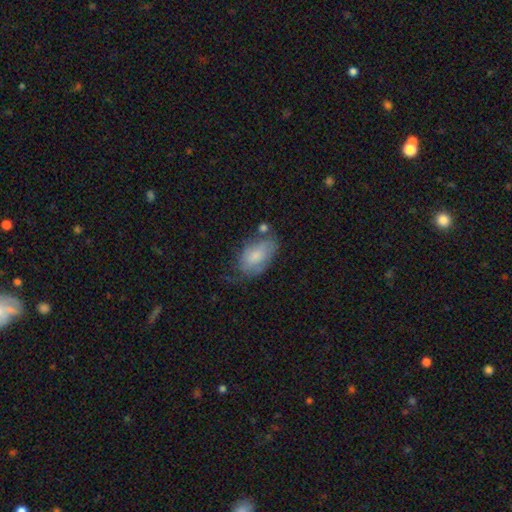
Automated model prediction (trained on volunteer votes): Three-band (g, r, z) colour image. It shows a smooth galaxy with no disk features (71%) that is in between round and cigar-shaped (92%). Merging: none (45%).